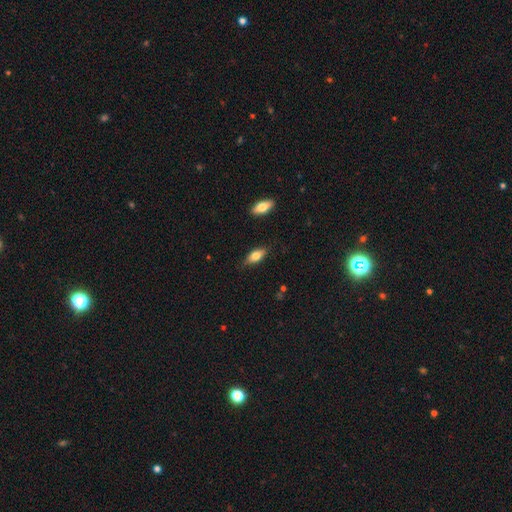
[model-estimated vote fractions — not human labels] A smooth galaxy with no disk features (72%) that is in between round and cigar-shaped (78%).

Vote fractions:
- Smooth or featured? smooth: 72% / featured or disk: 21% / star or artifact: 7%
- How rounded? in between: 78% / cigar-shaped: 19% / round: 3%
- Merging? none: 81% / minor disturbance: 14% / major disturbance: 3% / merger: 2%